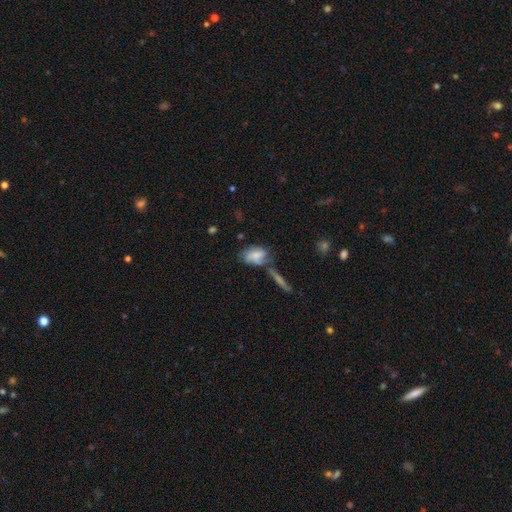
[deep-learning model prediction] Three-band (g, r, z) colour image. It shows a smooth galaxy with no disk features (58%) that is in between round and cigar-shaped (82%). Merging: none (37%).